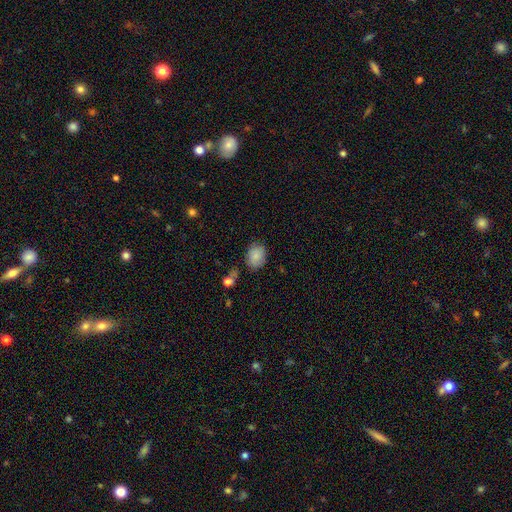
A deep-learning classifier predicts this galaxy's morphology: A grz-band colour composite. It shows a smooth galaxy with no disk features (84%) that is in between round and cigar-shaped (65%). Merging: none (72%).